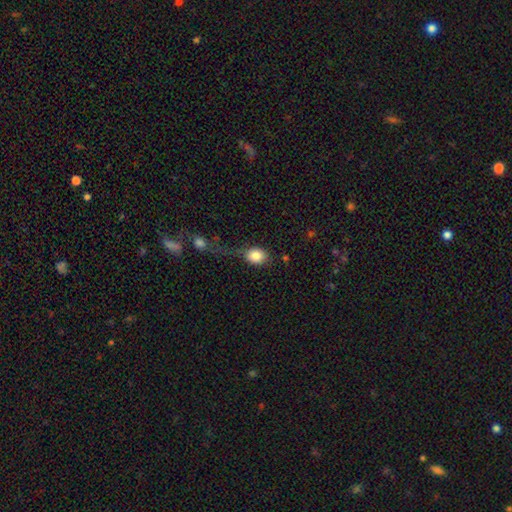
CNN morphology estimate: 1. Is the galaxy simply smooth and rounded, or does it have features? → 85% smooth, 8% star or artifact, 7% featured or disk.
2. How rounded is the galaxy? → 54% in between, 44% round, 2% cigar-shaped.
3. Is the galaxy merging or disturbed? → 42% none, 24% major disturbance, 19% minor disturbance, 16% merger.